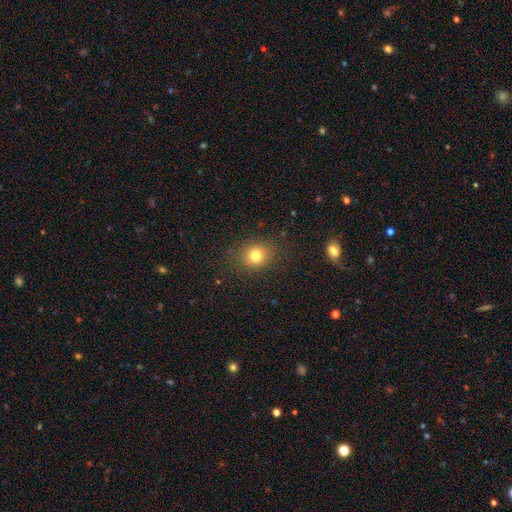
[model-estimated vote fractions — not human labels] Smooth or featured?
  - smooth: 78% *
  - star or artifact: 14%
  - featured or disk: 8%
How rounded?
  - round: 76% *
  - in between: 23%
  - cigar-shaped: 1%
Merging?
  - none: 86% *
  - minor disturbance: 9%
  - major disturbance: 4%
  - merger: 1%